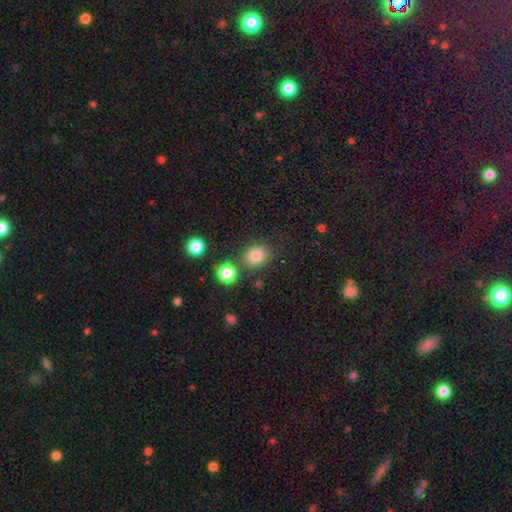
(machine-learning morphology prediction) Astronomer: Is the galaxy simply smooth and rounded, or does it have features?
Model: smooth — 81%.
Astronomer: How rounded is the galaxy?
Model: round — 56% (runner-up: in between, 43%).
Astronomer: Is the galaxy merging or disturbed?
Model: none — 79%.